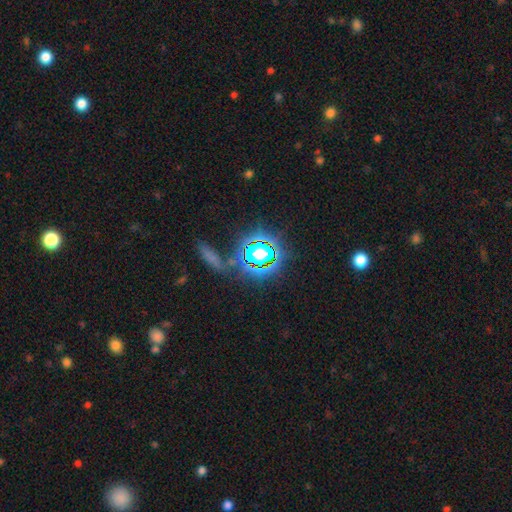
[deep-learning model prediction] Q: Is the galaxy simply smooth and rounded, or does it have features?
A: star or artifact — 77%.